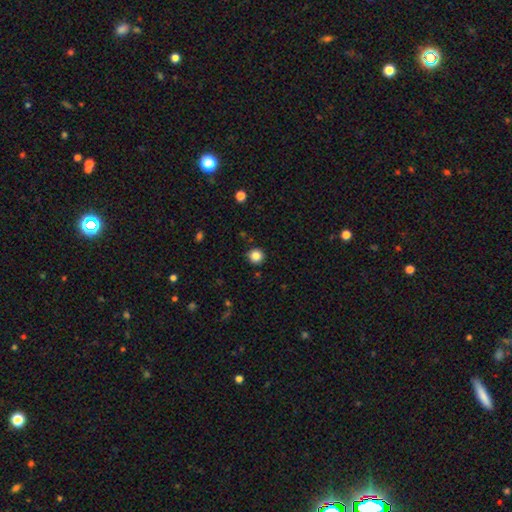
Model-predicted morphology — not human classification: type=smooth (84%); roundness=round (94%); merging=none (90%).